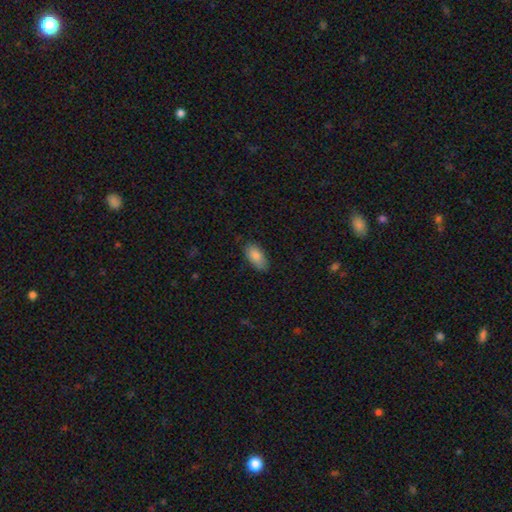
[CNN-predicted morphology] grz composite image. It shows a smooth galaxy with no disk features (85%) that is in between round and cigar-shaped (91%). Merging: none (77%).